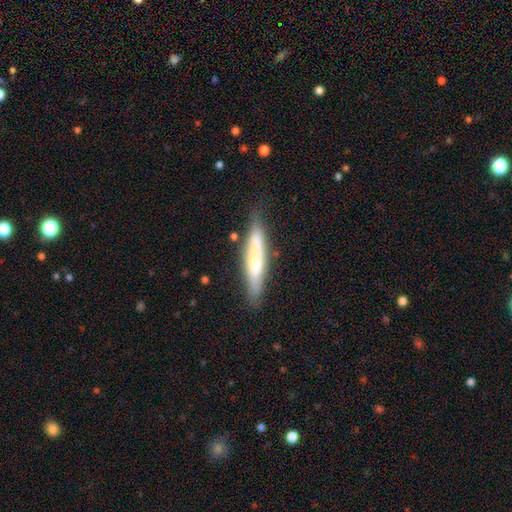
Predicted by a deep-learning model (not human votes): Smooth or featured?
  - smooth: 54% *
  - featured or disk: 39%
  - star or artifact: 7%
How rounded?
  - cigar-shaped: 88% *
  - in between: 11%
  - round: 1%
Merging?
  - none: 78% *
  - minor disturbance: 16%
  - major disturbance: 3%
  - merger: 3%